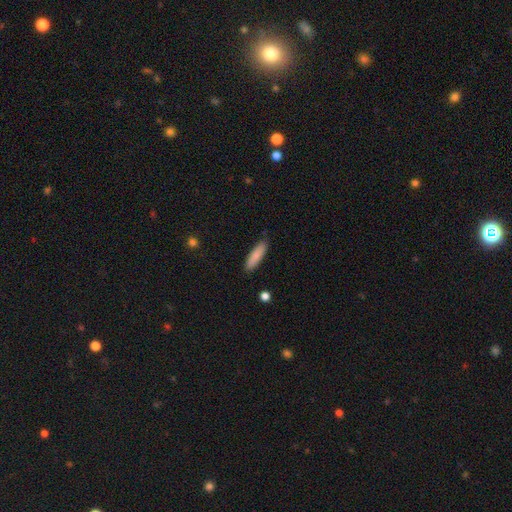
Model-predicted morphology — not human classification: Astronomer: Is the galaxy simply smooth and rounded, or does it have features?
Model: smooth — 85%.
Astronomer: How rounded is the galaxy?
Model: cigar-shaped — 68%.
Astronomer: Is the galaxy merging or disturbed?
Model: none — 88%.